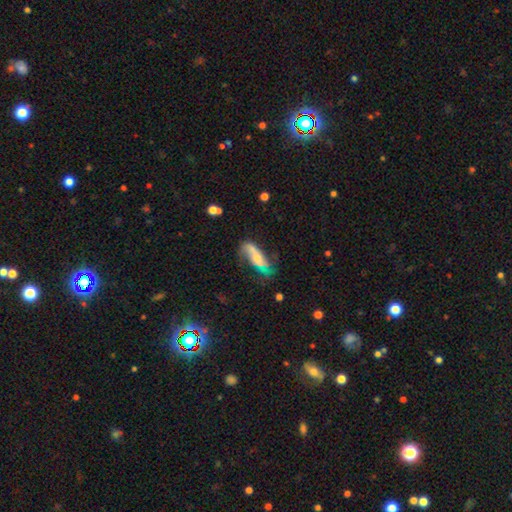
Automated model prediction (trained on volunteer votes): featured or disk 52%, smooth 36%, star or artifact 12%. Down the decision tree: edge-on disk — no (75%); merging — none (44%).